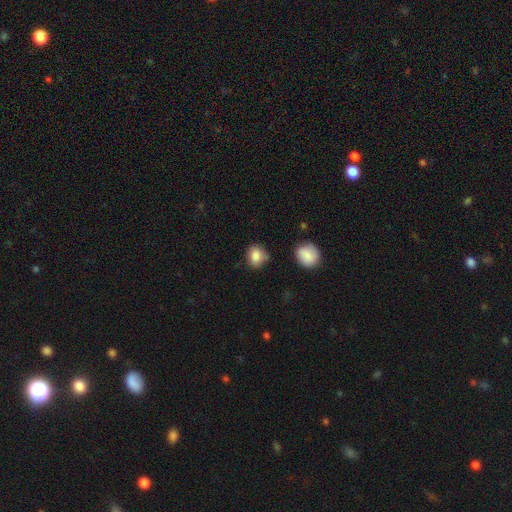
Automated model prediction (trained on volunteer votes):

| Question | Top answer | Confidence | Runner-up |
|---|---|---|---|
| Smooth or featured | smooth | 85% | star or artifact (9%) |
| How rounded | round | 66% | in between (33%) |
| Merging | none | 71% | minor disturbance (21%) |